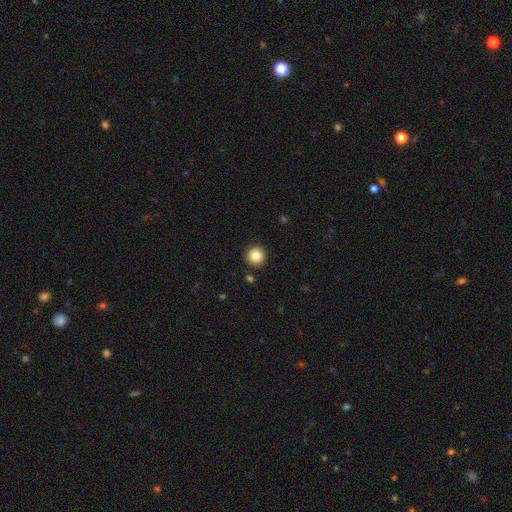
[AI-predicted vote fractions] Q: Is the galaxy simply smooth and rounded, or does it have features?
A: smooth — 86%.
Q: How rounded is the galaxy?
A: round — 95%.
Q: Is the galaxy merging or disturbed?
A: none — 91%.